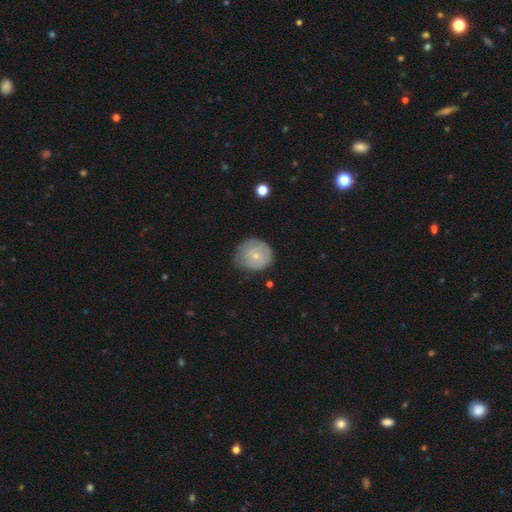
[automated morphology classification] This appears to be a smooth galaxy with no disk features (57%) that is round (80%). Merging: none (59%).